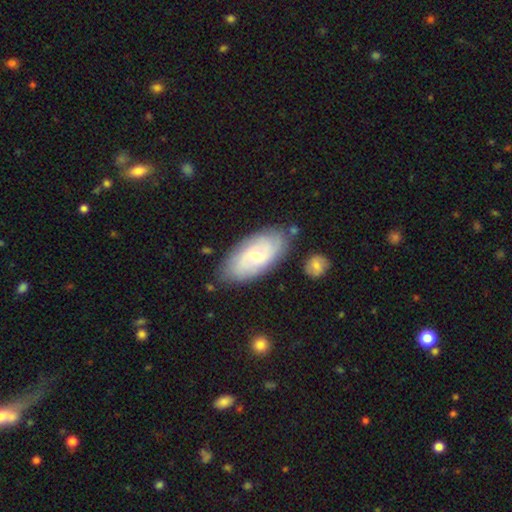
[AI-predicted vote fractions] Smooth or featured? featured or disk (63%)
Edge-on disk? no (93%)
Bar? weak (51%)
Spiral arms? yes (85%)
Bulge size? moderate (48%)
Merging? none (77%)